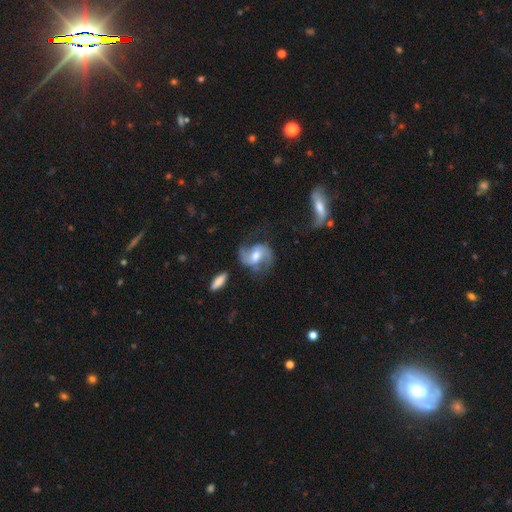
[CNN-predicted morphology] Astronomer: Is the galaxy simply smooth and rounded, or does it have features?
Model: featured or disk — 82%.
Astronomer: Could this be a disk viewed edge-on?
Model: no — 97%.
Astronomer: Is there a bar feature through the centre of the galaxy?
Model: weak — 48% (runner-up: no, 31%).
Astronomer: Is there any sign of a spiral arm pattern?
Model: yes — 95%.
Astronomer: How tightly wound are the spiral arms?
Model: medium — 49% (runner-up: loose, 37%).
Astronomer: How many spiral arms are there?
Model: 2 — 90%.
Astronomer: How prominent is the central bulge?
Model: moderate — 69%.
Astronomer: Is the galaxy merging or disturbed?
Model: none — 67%.